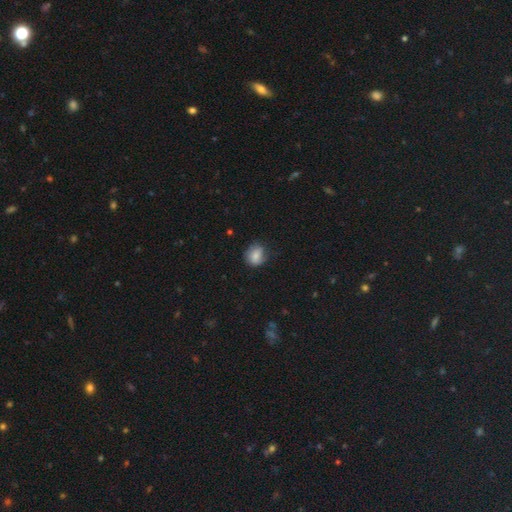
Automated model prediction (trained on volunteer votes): Smooth or featured?
  - smooth: 77% *
  - featured or disk: 14%
  - star or artifact: 8%
How rounded?
  - round: 62% *
  - in between: 37%
  - cigar-shaped: 1%
Merging?
  - none: 64% *
  - minor disturbance: 27%
  - major disturbance: 8%
  - merger: 1%